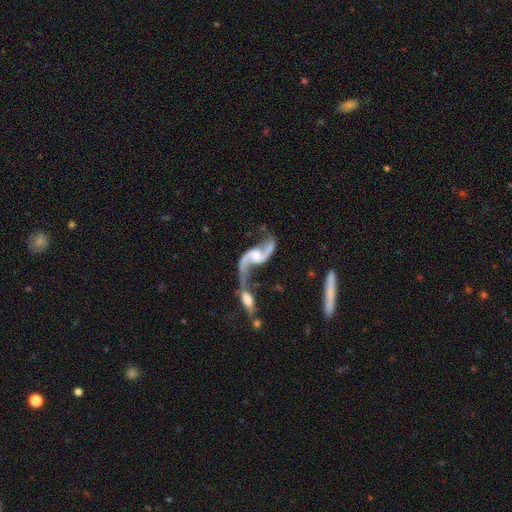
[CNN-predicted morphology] A featured or disk galaxy (89%) with no bar (49%), 2 (92%) loose (84%) spiral arms (95%) and a moderate central bulge (39%).

Vote fractions:
- Smooth or featured? featured or disk: 89% / smooth: 6% / star or artifact: 5%
- Edge-on disk? no: 94% / yes: 6%
- Bar? no: 49% / weak: 39% / strong: 12%
- Spiral arms? yes: 95% / no: 5%
- Spiral winding? loose: 84% / medium: 13% / tight: 3%
- Spiral arm count? 2: 92% / 1: 3% / can't tell: 2% / 3: 1% / 4: 1% / more than 4: 1%
- Bulge size? moderate: 39% / small: 28% / none: 19% / large: 11% / dominant: 2%
- Merging? merger: 58% / none: 23% / major disturbance: 10% / minor disturbance: 9%